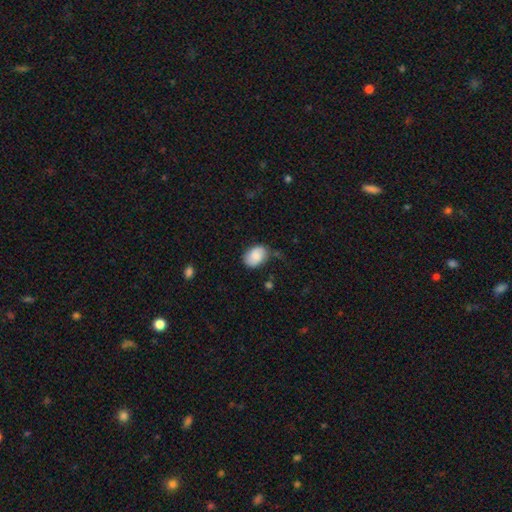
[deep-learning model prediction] Smooth or featured?
  - smooth: 78% *
  - featured or disk: 15%
  - star or artifact: 7%
How rounded?
  - in between: 77% *
  - round: 22%
  - cigar-shaped: 1%
Merging?
  - none: 68% *
  - minor disturbance: 24%
  - major disturbance: 6%
  - merger: 3%